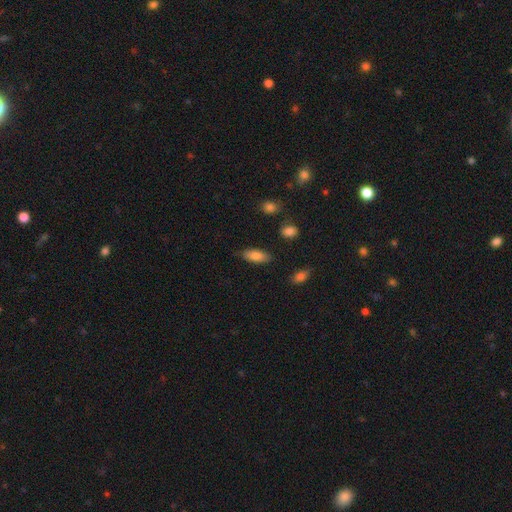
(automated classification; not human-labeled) Smooth or featured? smooth (83%)
How rounded? in between (80%)
Merging? none (84%)